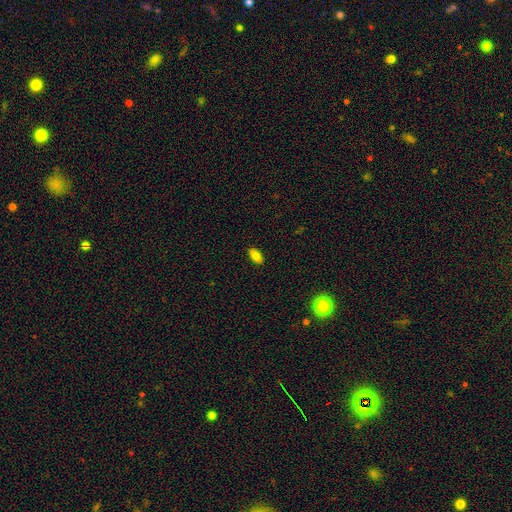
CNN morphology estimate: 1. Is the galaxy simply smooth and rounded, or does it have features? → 80% smooth, 11% featured or disk, 9% star or artifact.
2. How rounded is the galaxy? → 90% in between, 6% cigar-shaped, 4% round.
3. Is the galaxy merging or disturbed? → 89% none, 8% minor disturbance, 2% major disturbance, 1% merger.